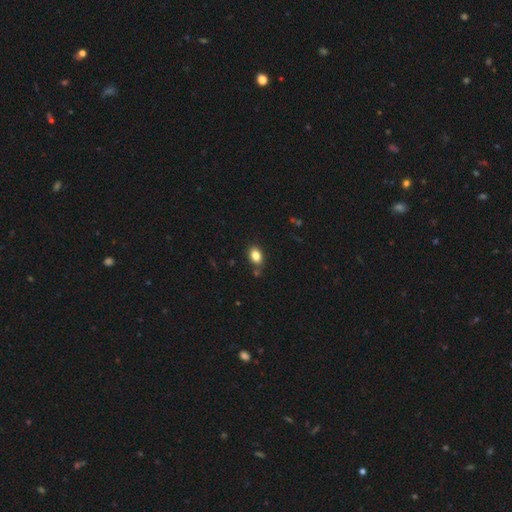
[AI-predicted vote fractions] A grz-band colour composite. It shows a smooth galaxy with no disk features (83%) that is in between round and cigar-shaped (81%). Merging: none (79%).